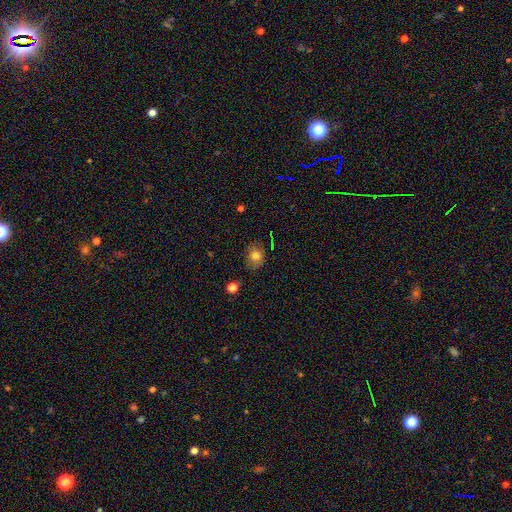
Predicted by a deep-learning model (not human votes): This appears to be a smooth galaxy with no disk features (76%) that is round (54%). Merging: none (72%).